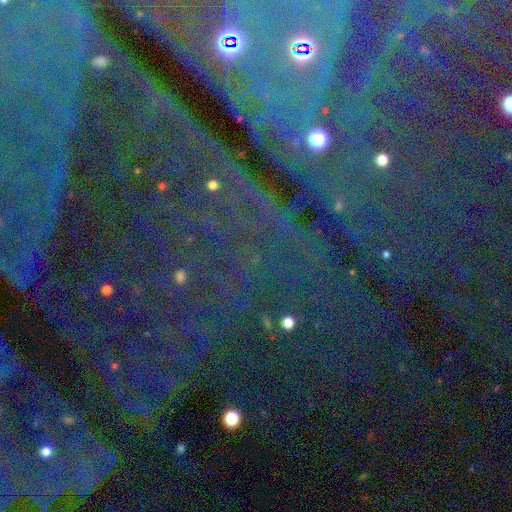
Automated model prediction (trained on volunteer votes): Morphology: type=star or artifact (84%).